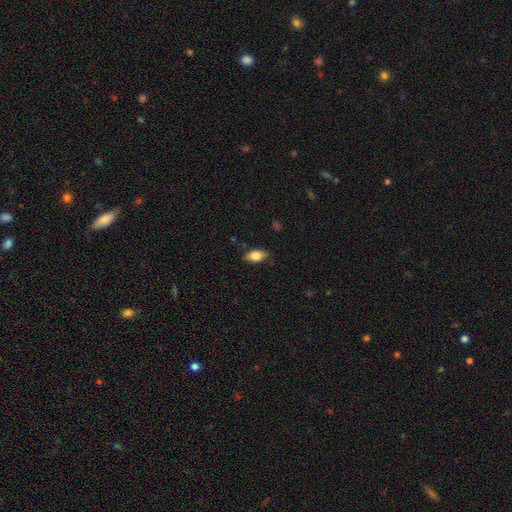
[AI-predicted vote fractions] Smooth or featured?
  - smooth: 81% *
  - featured or disk: 12%
  - star or artifact: 7%
How rounded?
  - in between: 90% *
  - cigar-shaped: 6%
  - round: 4%
Merging?
  - none: 83% *
  - minor disturbance: 13%
  - major disturbance: 3%
  - merger: 1%